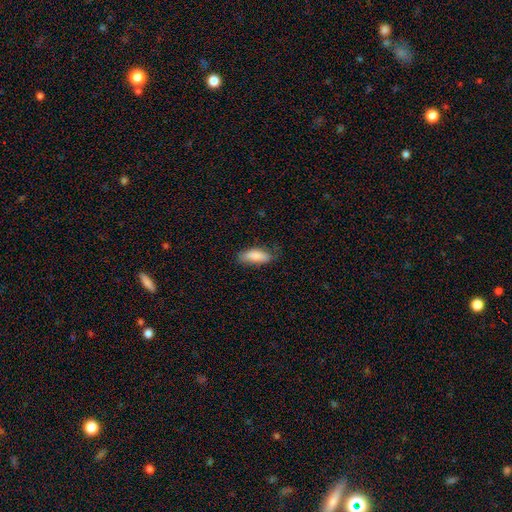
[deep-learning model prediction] Morphology: type=smooth (85%); roundness=in between (75%); merging=none (69%).